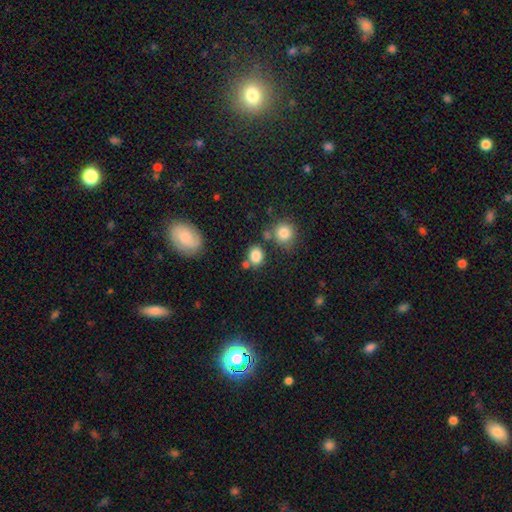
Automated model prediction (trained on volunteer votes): This appears to be a smooth galaxy with no disk features (84%) that is in between round and cigar-shaped (52%). Merging: none (67%).